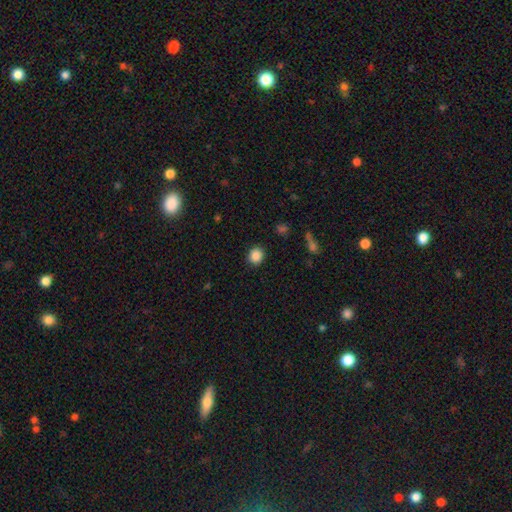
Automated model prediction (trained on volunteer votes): A smooth galaxy with no disk features (87%) that is round (76%). Merging: none (90%).